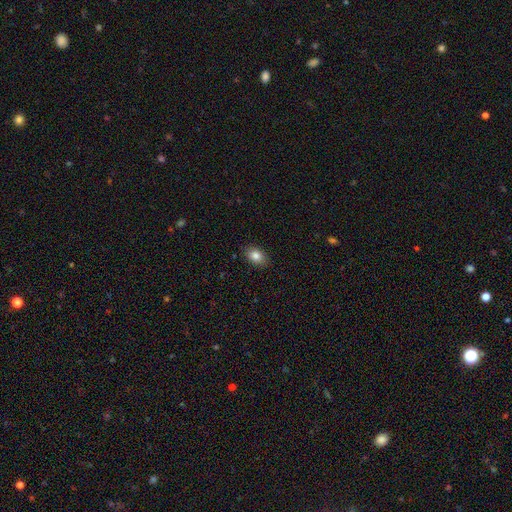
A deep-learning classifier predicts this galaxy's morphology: Overall: smooth (83%). How rounded: in between (83%). Merging: none (87%).